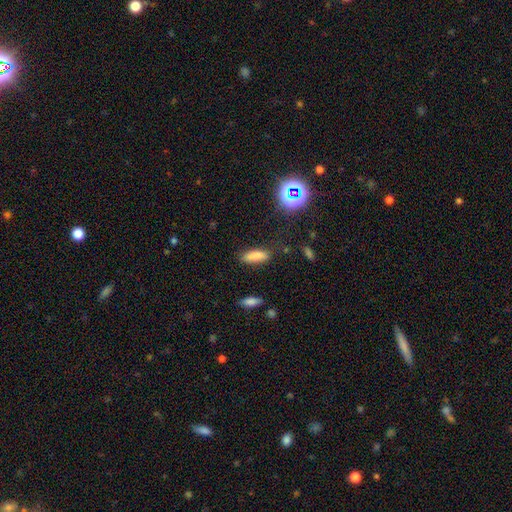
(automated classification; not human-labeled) Smooth or featured?
  - smooth: 81% *
  - star or artifact: 12%
  - featured or disk: 7%
How rounded?
  - in between: 62% *
  - cigar-shaped: 35%
  - round: 3%
Merging?
  - none: 79% *
  - minor disturbance: 14%
  - major disturbance: 4%
  - merger: 3%